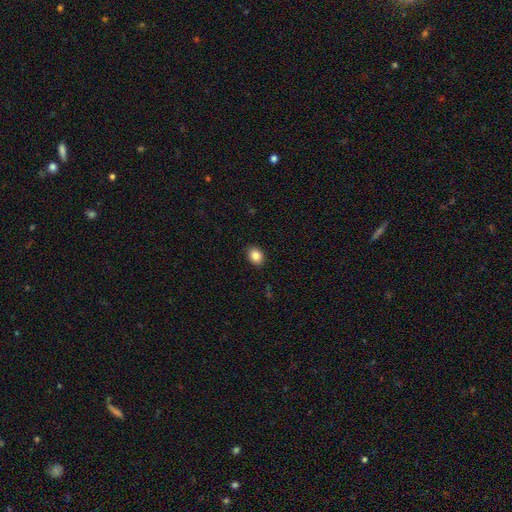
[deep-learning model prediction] Overall: smooth (84%). How rounded: in between (56%; round 43%). Merging: none (89%).